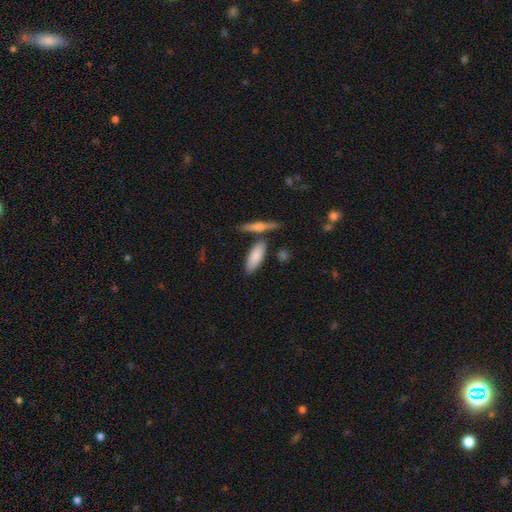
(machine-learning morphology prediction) smooth-or-featured: smooth: 83% | featured or disk: 11% | star or artifact: 5%
  how-rounded: in between: 70% | cigar-shaped: 28% | round: 2%
  merging: none: 70% | merger: 14% | minor disturbance: 13% | major disturbance: 3%